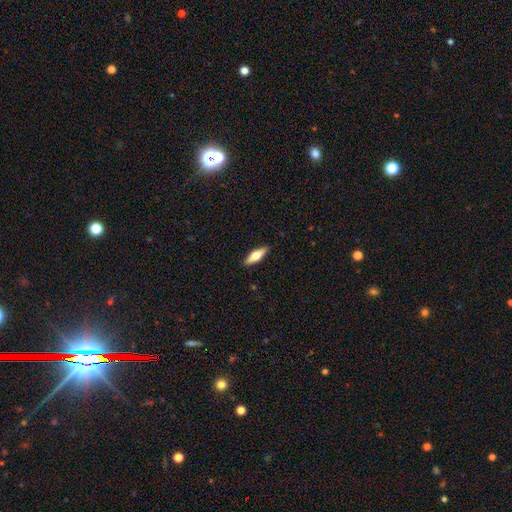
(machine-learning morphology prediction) Smooth or featured? Predicted: smooth (p=0.48). Merging? Predicted: none (p=0.90).